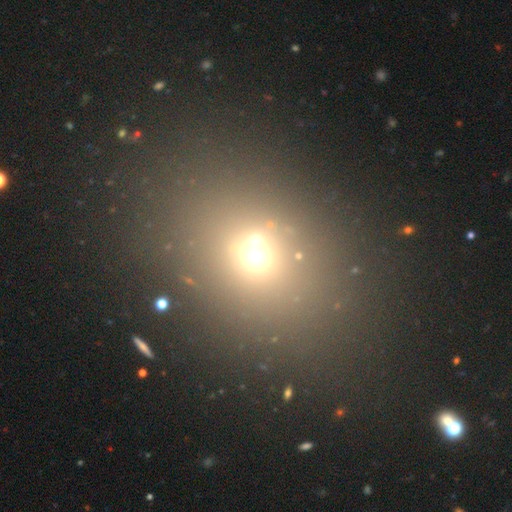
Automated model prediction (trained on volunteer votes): A smooth galaxy with no disk features (55%) that is round (50%). Merging: none (70%).